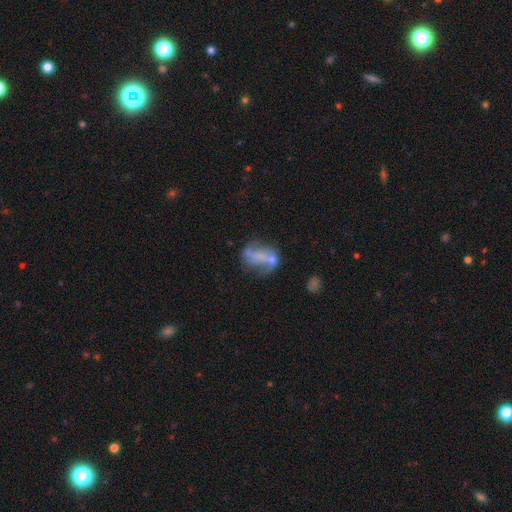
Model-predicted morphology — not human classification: type=featured or disk (52%); edge-on=no (96%); merging=none (32%).